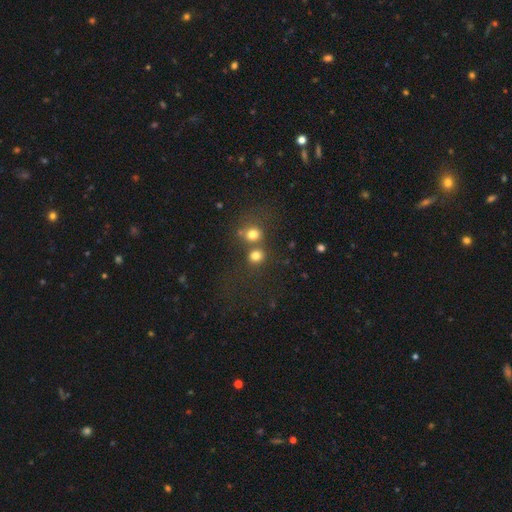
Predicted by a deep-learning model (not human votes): Smooth or featured?
  - smooth: 76% *
  - star or artifact: 16%
  - featured or disk: 8%
How rounded?
  - round: 85% *
  - in between: 14%
  - cigar-shaped: 1%
Merging?
  - none: 54% *
  - merger: 35%
  - minor disturbance: 7%
  - major disturbance: 4%